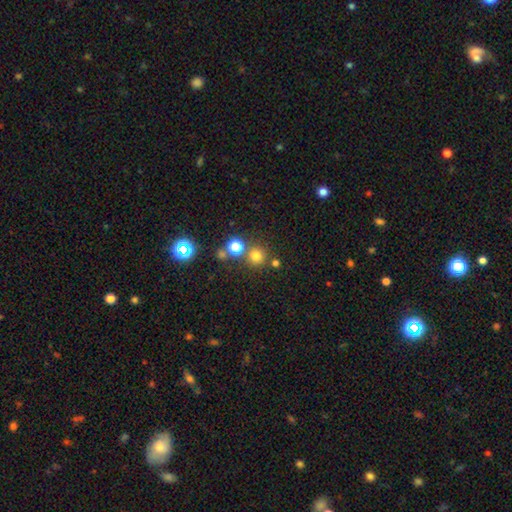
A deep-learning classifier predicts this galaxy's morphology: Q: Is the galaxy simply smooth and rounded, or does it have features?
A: smooth — 73%.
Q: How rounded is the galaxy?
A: round — 93%.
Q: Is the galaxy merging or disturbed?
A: none — 75%.